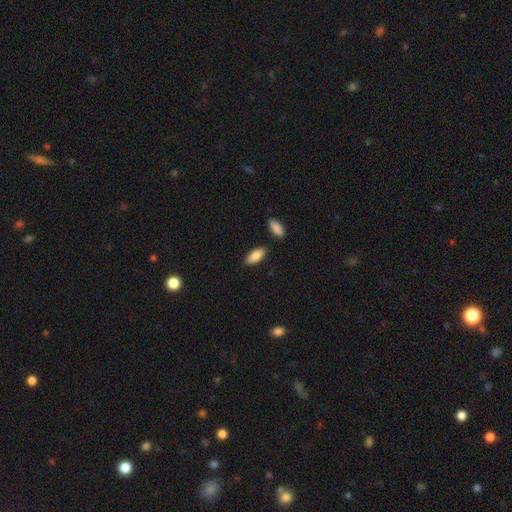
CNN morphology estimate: type=smooth (86%); roundness=in between (84%); merging=none (84%).